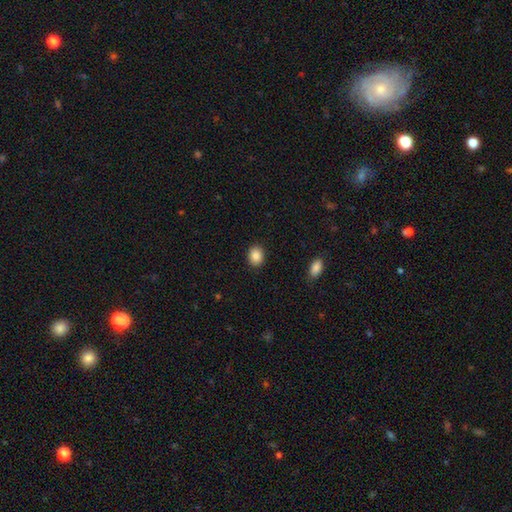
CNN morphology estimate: Smooth or featured: smooth — 87% (star or artifact — 9%)
How rounded: in between — 50% (round — 49%)
Merging: none — 90% (minor disturbance — 7%)